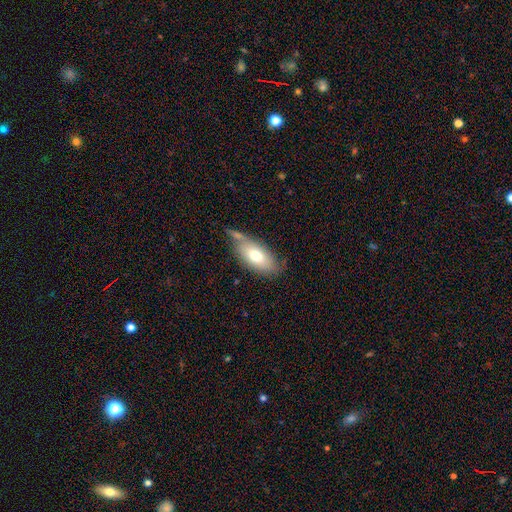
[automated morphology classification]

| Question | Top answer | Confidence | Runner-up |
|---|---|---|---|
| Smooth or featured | smooth | 69% | featured or disk (24%) |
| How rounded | in between | 89% | cigar-shaped (8%) |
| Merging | none | 53% | minor disturbance (25%) |